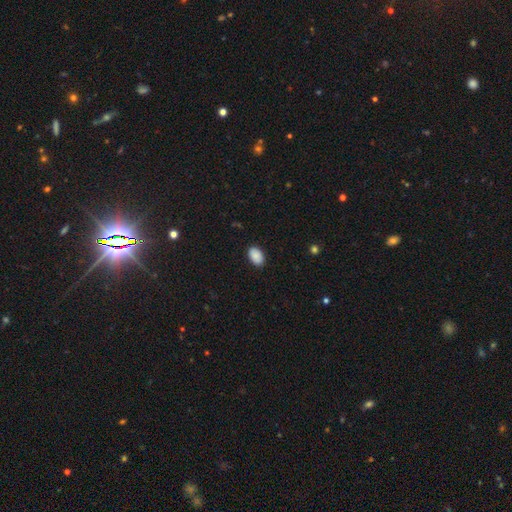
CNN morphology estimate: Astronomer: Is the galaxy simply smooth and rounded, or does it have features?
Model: smooth — 88%.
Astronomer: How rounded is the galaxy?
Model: in between — 89%.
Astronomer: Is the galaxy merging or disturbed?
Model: none — 87%.